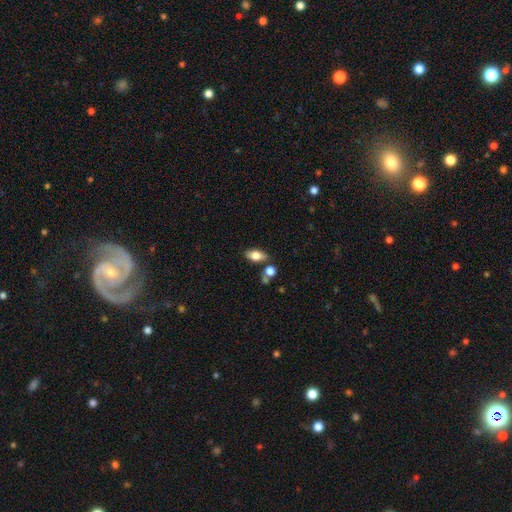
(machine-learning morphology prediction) A smooth galaxy with no disk features (77%) that is in between round and cigar-shaped (88%).

Vote fractions:
- Smooth or featured? smooth: 77% / featured or disk: 15% / star or artifact: 8%
- How rounded? in between: 88% / cigar-shaped: 7% / round: 6%
- Merging? none: 75% / minor disturbance: 12% / merger: 10% / major disturbance: 3%